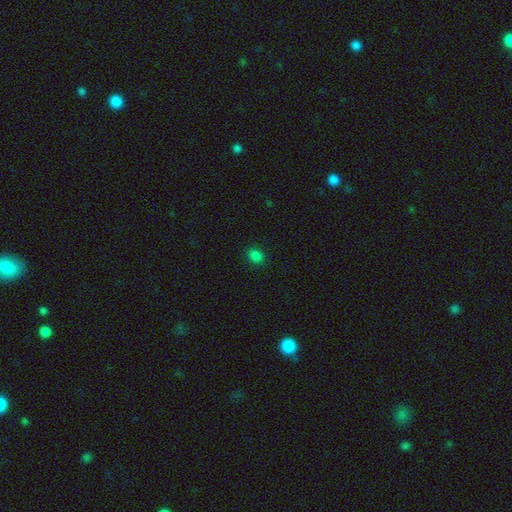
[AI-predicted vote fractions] This is clearly a smooth galaxy (82%). How rounded: likely in between (61%). Merging: clearly none (88%).